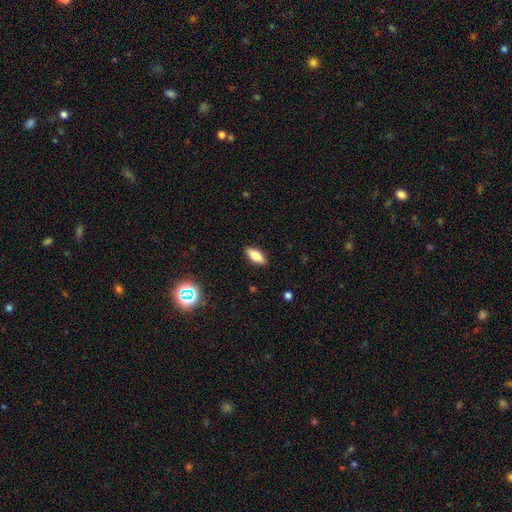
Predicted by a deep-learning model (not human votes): Q: Smooth or featured?
A: smooth (75%); runner-up: featured or disk (17%)
Q: How rounded?
A: in between (80%); runner-up: cigar-shaped (18%)
Q: Merging?
A: none (89%); runner-up: minor disturbance (8%)